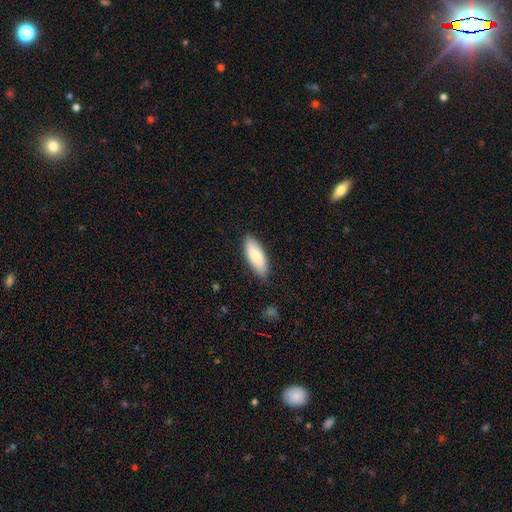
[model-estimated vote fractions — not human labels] The model was most divided on "how rounded": in between: 72%, cigar-shaped: 26%, round: 2%. More confident: smooth or featured — smooth (82%); merging — none (81%).